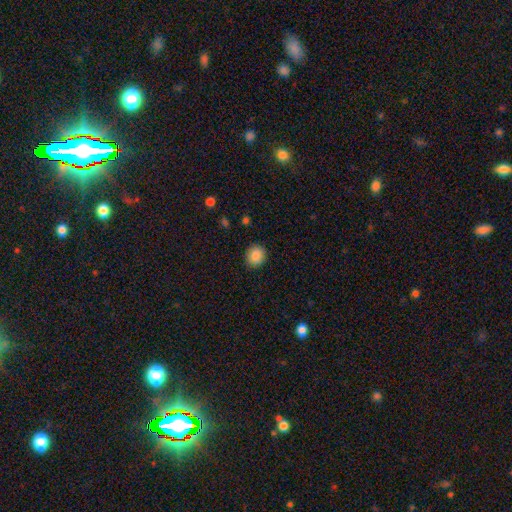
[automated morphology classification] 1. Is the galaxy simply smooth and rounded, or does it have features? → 87% smooth, 9% star or artifact, 4% featured or disk.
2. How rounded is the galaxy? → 79% round, 20% in between, 1% cigar-shaped.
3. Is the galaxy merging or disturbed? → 89% none, 8% minor disturbance, 2% major disturbance, 1% merger.